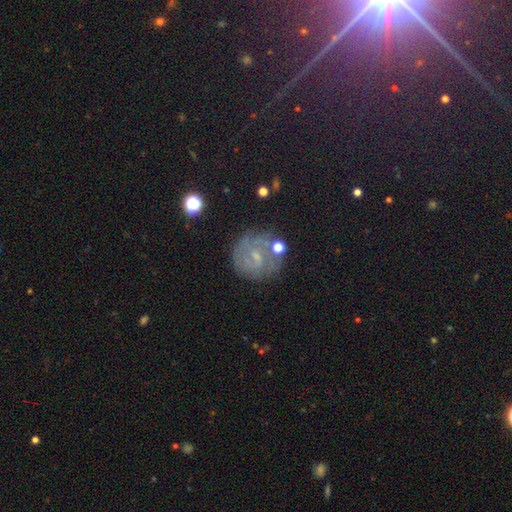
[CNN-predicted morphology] smooth-or-featured: featured or disk: 57% | smooth: 26% | star or artifact: 17%
  disk-edge-on: no: 97% | yes: 3%
    bar: weak: 53% | no: 33% | strong: 14%
    has-spiral-arms: yes: 76% | no: 24%
    bulge-size: small: 64% | moderate: 19% | none: 15% | large: 1% | dominant: 1%
  merging: none: 70% | minor disturbance: 16% | major disturbance: 9% | merger: 5%